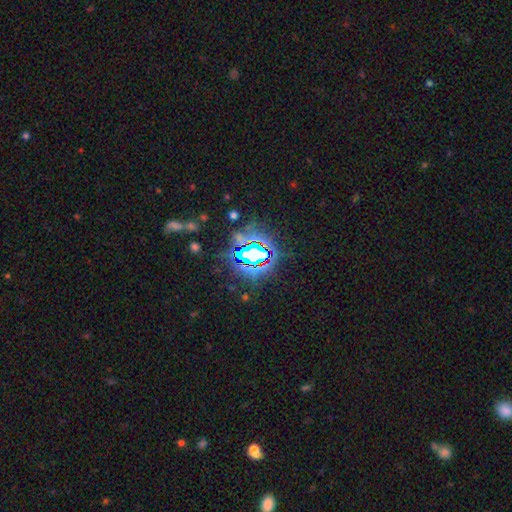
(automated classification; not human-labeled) Smooth or featured? Predicted: star or artifact (p=0.78).